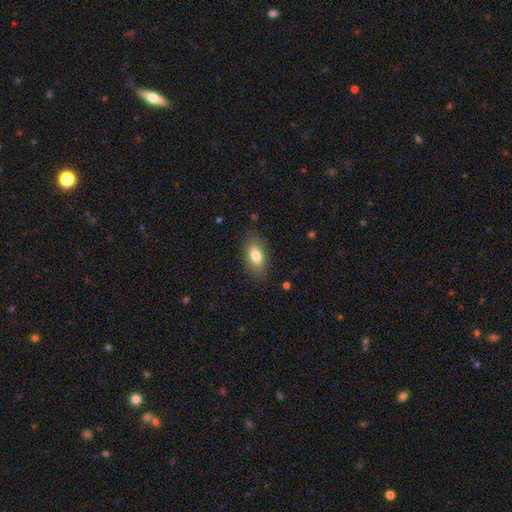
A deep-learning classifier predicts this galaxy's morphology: smooth_or_featured: smooth (p=0.75) [alt: featured or disk p=0.17]
how_rounded: in between (p=0.87) [alt: cigar-shaped p=0.08]
merging: none (p=0.83) [alt: minor disturbance p=0.12]